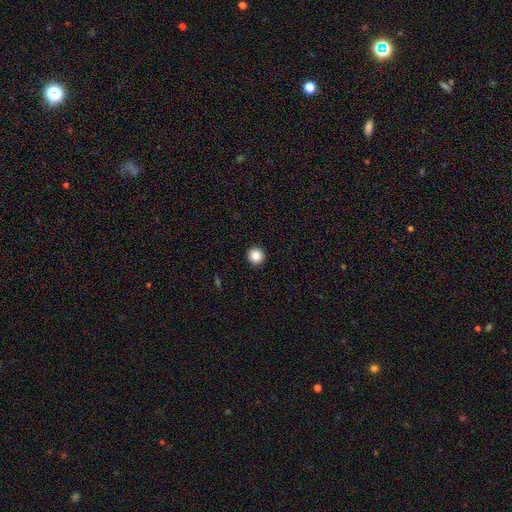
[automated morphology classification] The model was most divided on "smooth or featured": smooth: 85%, star or artifact: 10%, featured or disk: 5%. More confident: how rounded — round (94%); merging — none (94%).